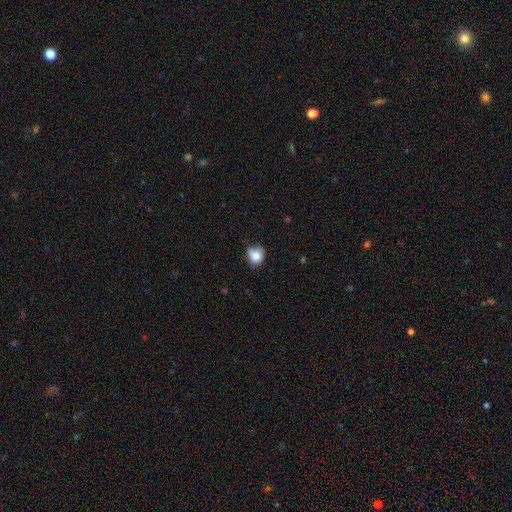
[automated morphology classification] smooth-or-featured: smooth: 76% | featured or disk: 14% | star or artifact: 10%
  how-rounded: round: 74% | in between: 25% | cigar-shaped: 1%
  merging: none: 54% | minor disturbance: 31% | major disturbance: 9% | merger: 6%